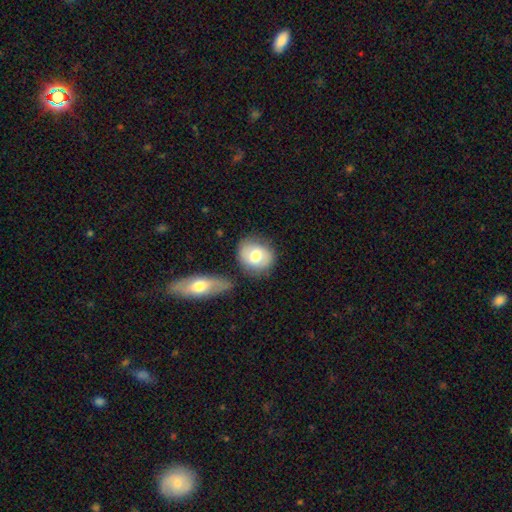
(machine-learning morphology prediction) The model was most divided on "how rounded": round: 68%, in between: 31%, cigar-shaped: 1%. More confident: smooth or featured — smooth (68%); merging — none (66%).